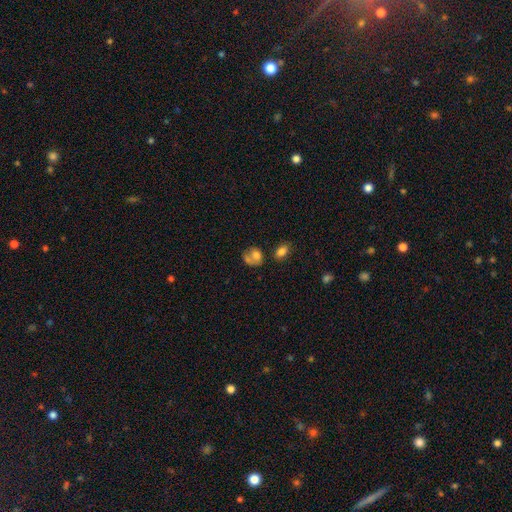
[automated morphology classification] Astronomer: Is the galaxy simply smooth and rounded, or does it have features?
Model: smooth — 69%.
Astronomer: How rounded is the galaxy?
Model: in between — 52% (runner-up: round, 47%).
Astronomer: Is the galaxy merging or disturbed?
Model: none — 33% (runner-up: merger, 31%).